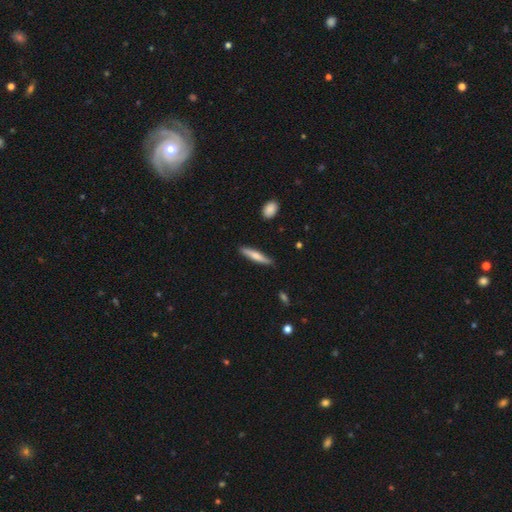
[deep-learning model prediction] Smooth or featured? smooth (63%)
How rounded? cigar-shaped (89%)
Merging? none (87%)